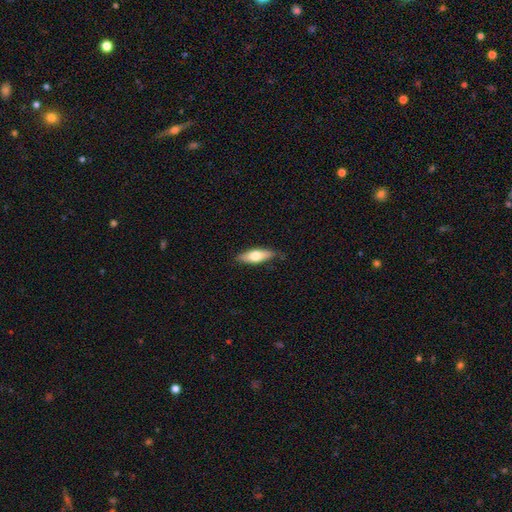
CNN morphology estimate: type=smooth (64%); roundness=in between (58%); merging=none (81%).